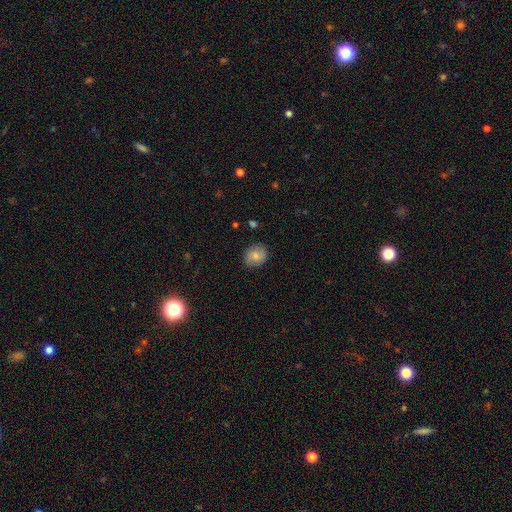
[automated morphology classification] A smooth galaxy with no disk features (72%) that is round (75%).

Vote fractions:
- Smooth or featured? smooth: 72% / featured or disk: 20% / star or artifact: 8%
- How rounded? round: 75% / in between: 24% / cigar-shaped: 1%
- Merging? none: 84% / minor disturbance: 12% / major disturbance: 3% / merger: 1%